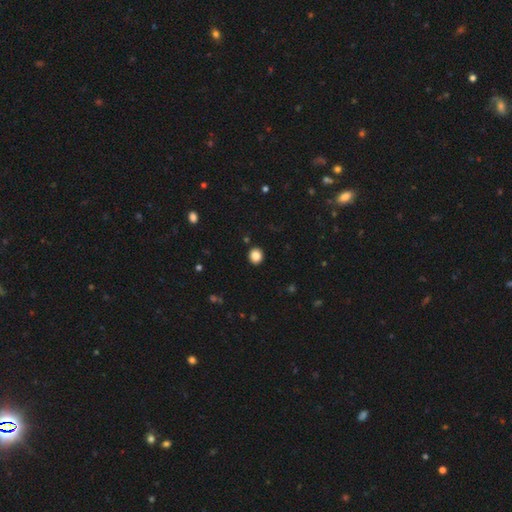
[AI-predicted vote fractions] A smooth galaxy with no disk features (86%) that is round (80%).

Vote fractions:
- Smooth or featured? smooth: 86% / star or artifact: 10% / featured or disk: 3%
- How rounded? round: 80% / in between: 19% / cigar-shaped: 1%
- Merging? none: 92% / minor disturbance: 5% / major disturbance: 2% / merger: 1%